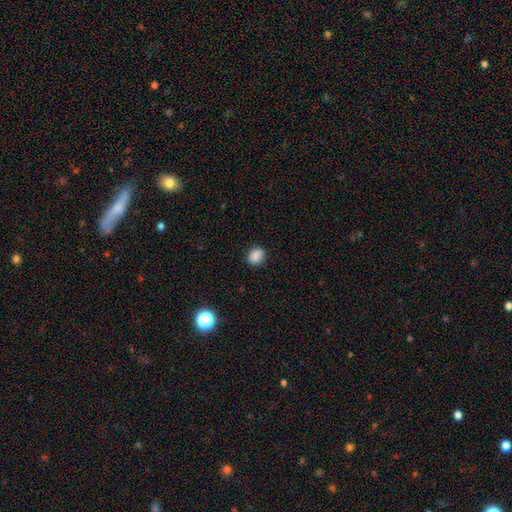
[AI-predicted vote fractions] smooth 85%, star or artifact 10%, featured or disk 6%. Down the decision tree: how rounded — round (68%); merging — none (87%).